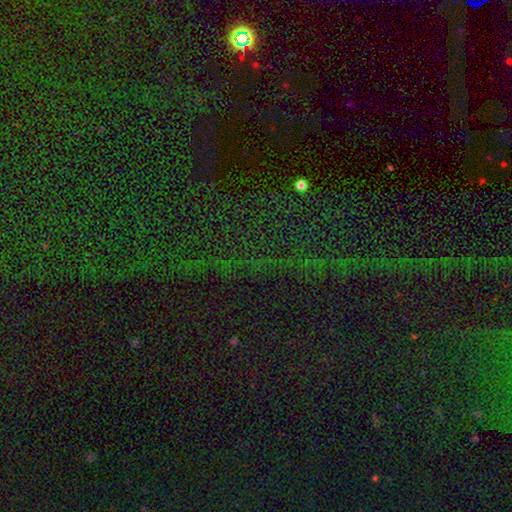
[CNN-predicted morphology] The model was most divided on "smooth or featured": star or artifact: 81%, smooth: 10%, featured or disk: 9%.